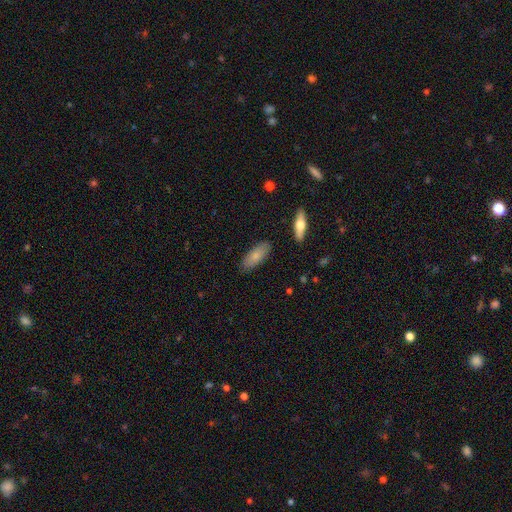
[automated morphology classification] Smooth or featured? Predicted: smooth (p=0.77). How rounded? Predicted: in between (p=0.74). Merging? Predicted: none (p=0.83).